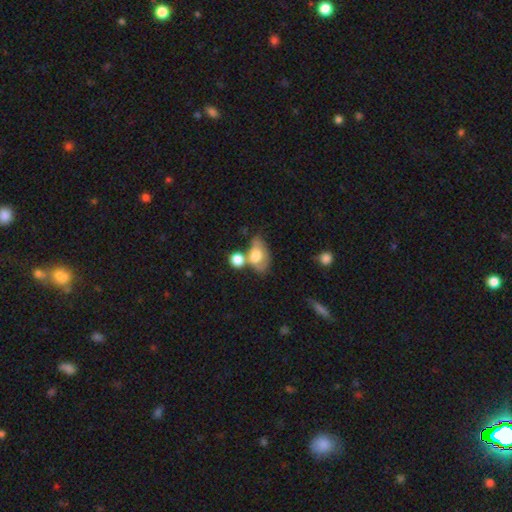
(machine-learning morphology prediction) type=smooth (66%); roundness=in between (84%); merging=merger (41%).